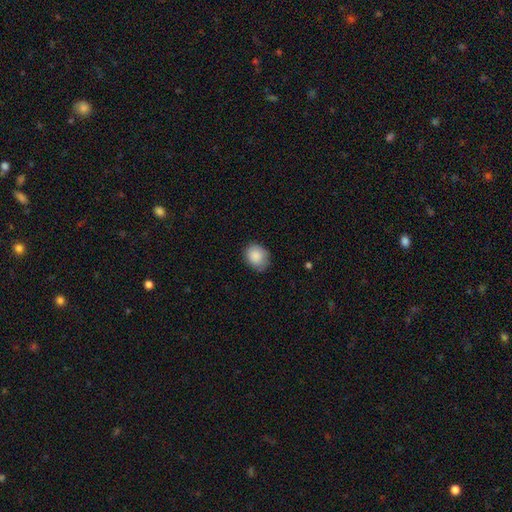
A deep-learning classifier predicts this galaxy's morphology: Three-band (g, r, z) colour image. It shows a smooth galaxy with no disk features (88%) that is round (52%). Merging: none (76%).